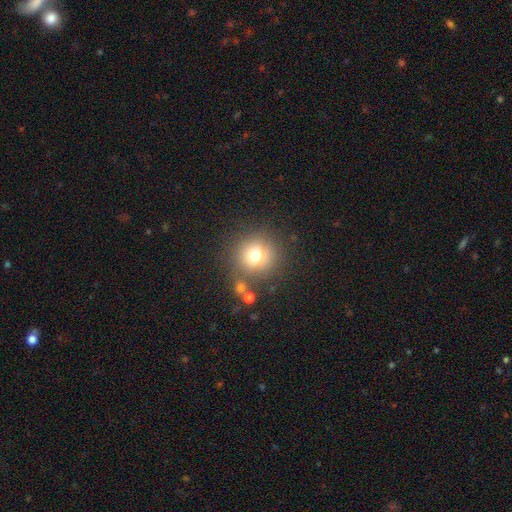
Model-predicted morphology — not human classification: Q: Smooth or featured?
A: smooth (73%); runner-up: star or artifact (15%)
Q: How rounded?
A: round (92%); runner-up: in between (7%)
Q: Merging?
A: none (77%); runner-up: minor disturbance (11%)